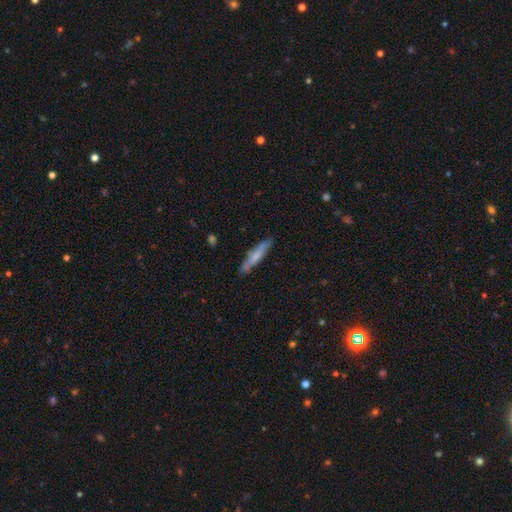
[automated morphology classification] Smooth or featured: smooth — 63% (featured or disk — 32%)
How rounded: cigar-shaped — 88% (in between — 11%)
Merging: none — 82% (minor disturbance — 14%)